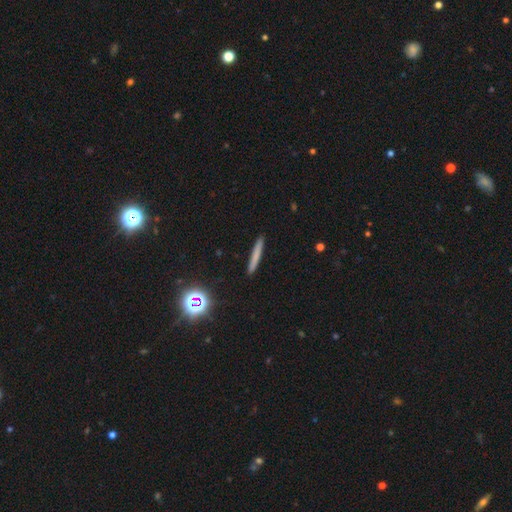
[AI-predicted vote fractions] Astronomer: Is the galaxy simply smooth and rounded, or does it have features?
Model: smooth — 68%.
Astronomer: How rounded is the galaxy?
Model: cigar-shaped — 95%.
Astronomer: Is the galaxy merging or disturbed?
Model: none — 91%.